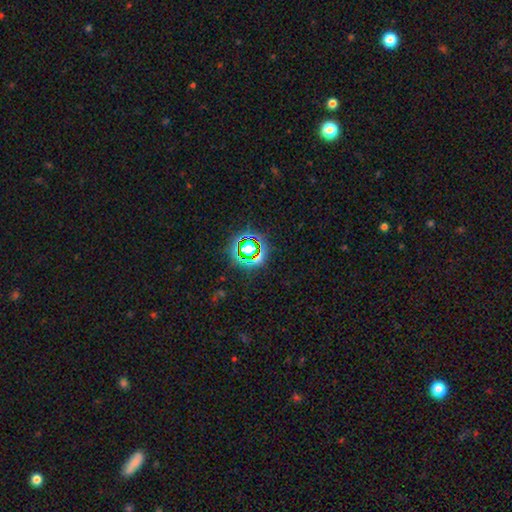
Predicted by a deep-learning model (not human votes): Q: Smooth or featured?
A: star or artifact (70%); runner-up: smooth (20%)